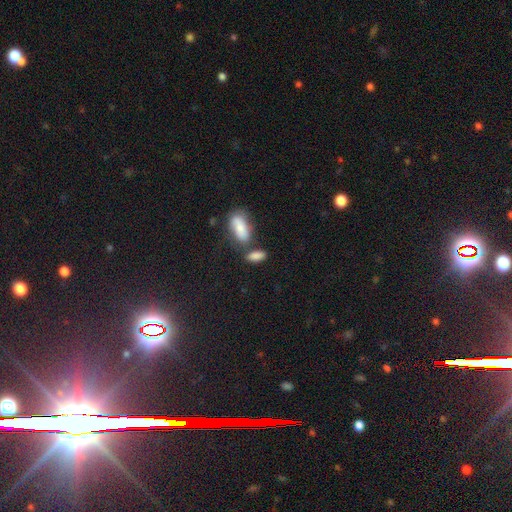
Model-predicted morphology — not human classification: smooth_or_featured: smooth (p=0.82) [alt: featured or disk p=0.09]
how_rounded: in between (p=0.81) [alt: cigar-shaped p=0.14]
merging: none (p=0.55) [alt: merger p=0.26]